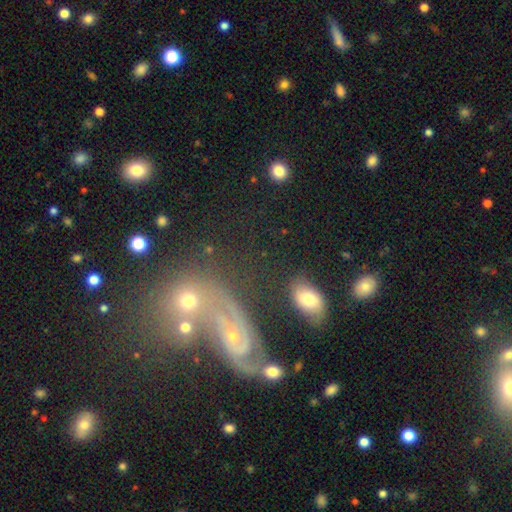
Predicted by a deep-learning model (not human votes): Smooth or featured? featured or disk (43%)
Merging? none (46%)